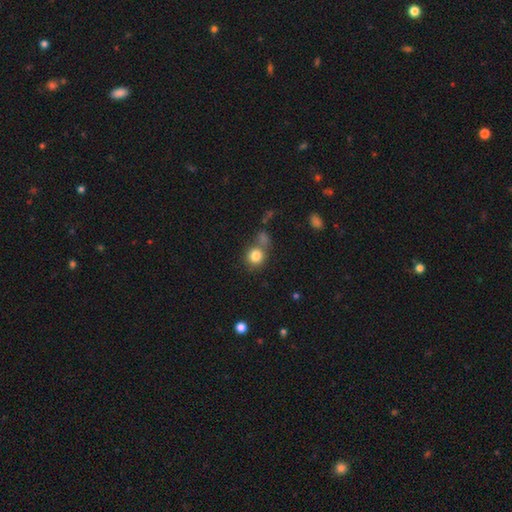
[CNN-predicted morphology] Smooth or featured: smooth — 83% (star or artifact — 11%)
How rounded: round — 87% (in between — 12%)
Merging: none — 60% (merger — 23%)